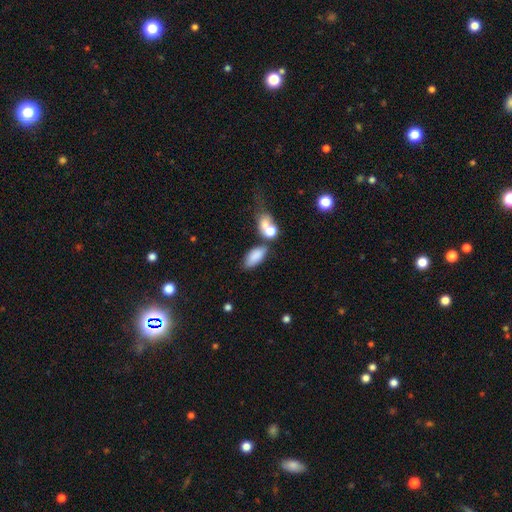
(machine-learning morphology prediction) smooth-or-featured: smooth: 80% | featured or disk: 10% | star or artifact: 9%
  how-rounded: in between: 87% | cigar-shaped: 8% | round: 5%
  merging: none: 50% | merger: 24% | minor disturbance: 17% | major disturbance: 8%